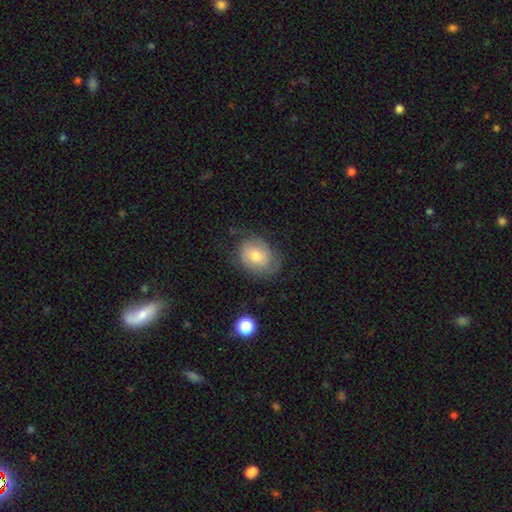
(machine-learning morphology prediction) smooth-or-featured: smooth: 54% | featured or disk: 38% | star or artifact: 9%
  how-rounded: in between: 59% | round: 40% | cigar-shaped: 1%
  merging: none: 65% | minor disturbance: 24% | major disturbance: 10% | merger: 2%